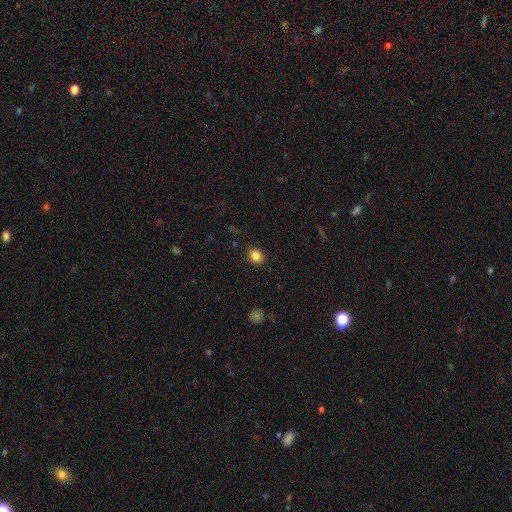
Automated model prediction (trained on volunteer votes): The model was most divided on "how rounded": round: 69%, in between: 30%, cigar-shaped: 1%. More confident: merging — none (89%); smooth or featured — smooth (84%).